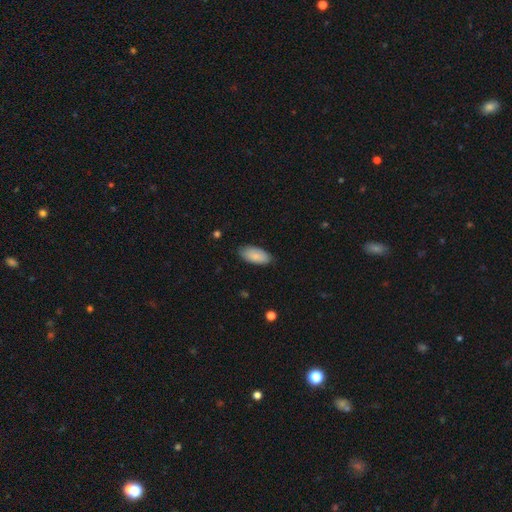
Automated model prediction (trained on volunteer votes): A smooth galaxy with no disk features (86%) that is in between round and cigar-shaped (92%). Merging: none (83%).